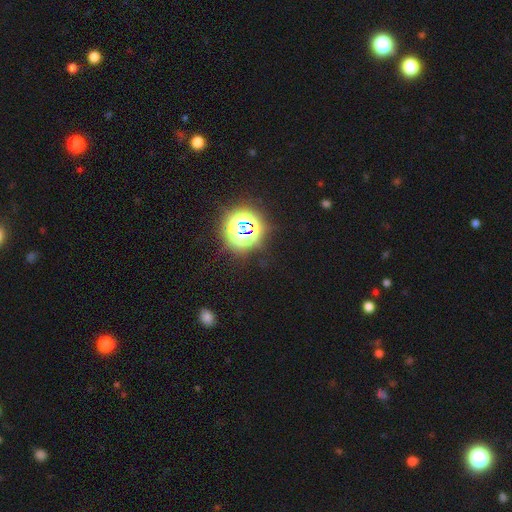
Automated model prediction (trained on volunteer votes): A star or artifact, not a galaxy (82%).

Vote fractions:
- Smooth or featured? star or artifact: 82% / smooth: 13% / featured or disk: 6%